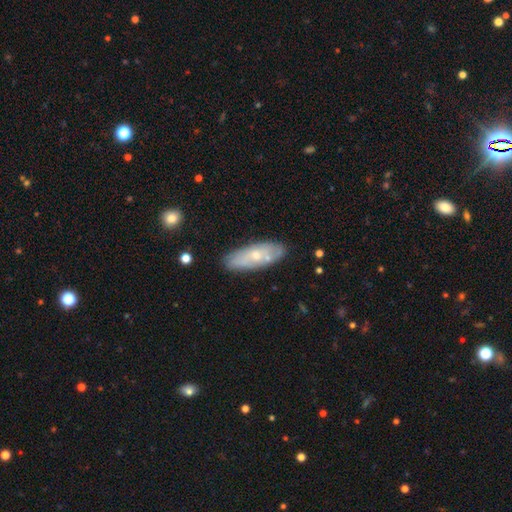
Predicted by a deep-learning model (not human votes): smooth 48%, featured or disk 45%, star or artifact 7%. Down the decision tree: merging — none (76%).